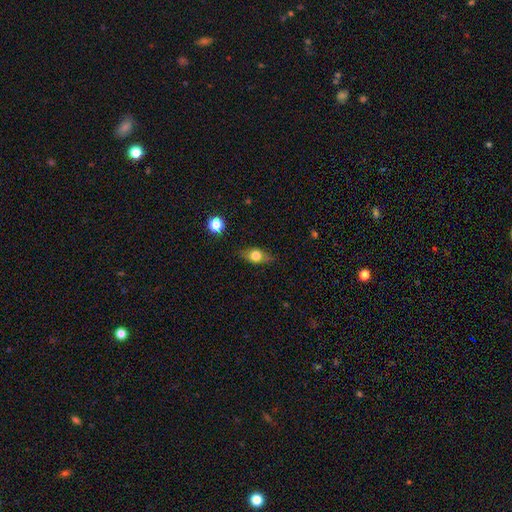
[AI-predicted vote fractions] Smooth or featured: smooth — 67% (featured or disk — 24%)
How rounded: in between — 74% (round — 18%)
Merging: none — 81% (minor disturbance — 14%)